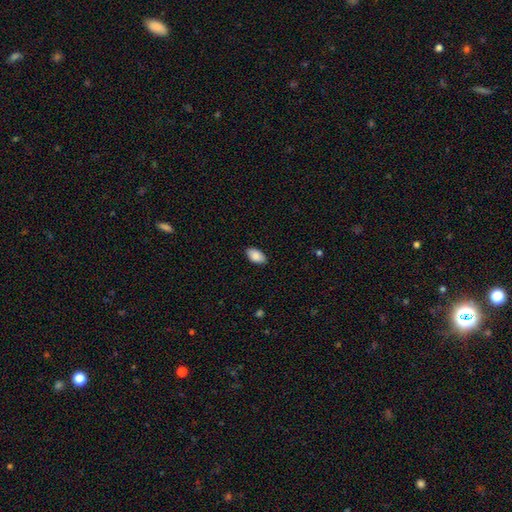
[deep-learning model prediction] Smooth or featured? Predicted: smooth (p=0.88). How rounded? Predicted: in between (p=0.95). Merging? Predicted: none (p=0.87).